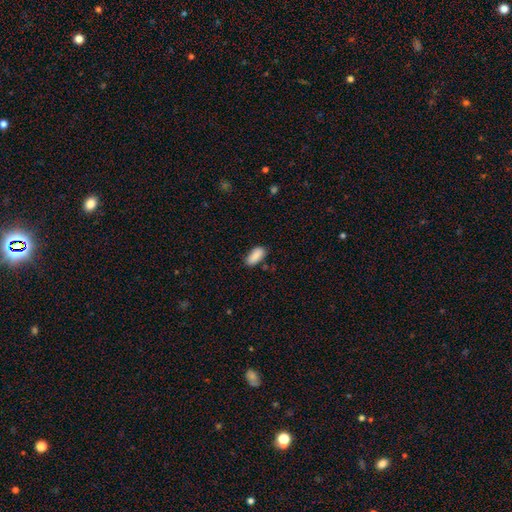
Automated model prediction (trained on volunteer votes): The model was most divided on "merging": none: 81%, minor disturbance: 14%, major disturbance: 3%, merger: 2%. More confident: how rounded — in between (90%); smooth or featured — smooth (88%).